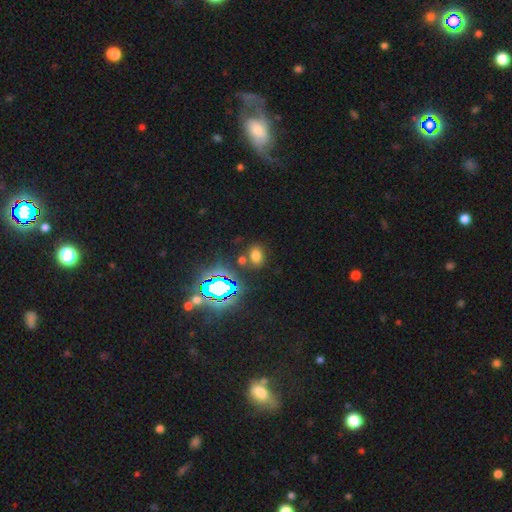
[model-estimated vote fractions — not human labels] Overall: smooth (60%; star or artifact 31%). How rounded: in between (68%; round 31%). Merging: none (77%).